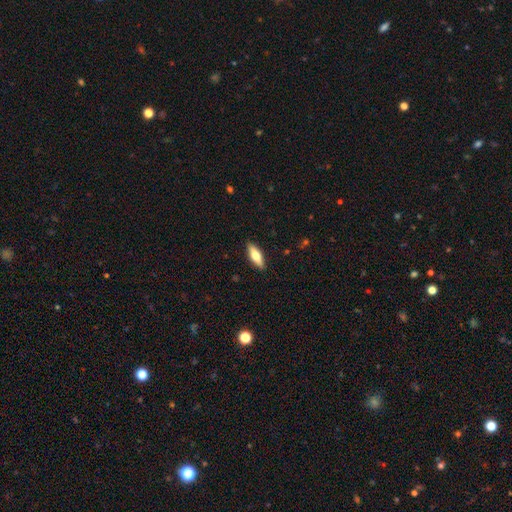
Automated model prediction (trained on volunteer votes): Morphology: type=smooth (67%); roundness=in between (62%); merging=none (89%).